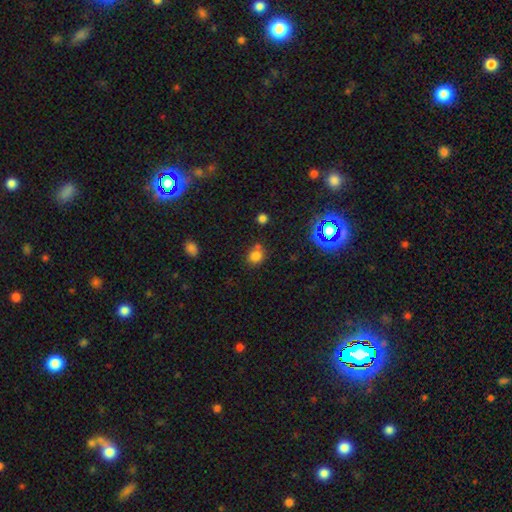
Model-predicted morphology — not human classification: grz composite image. It shows a smooth galaxy with no disk features (75%) that is round (71%). Merging: none (63%).